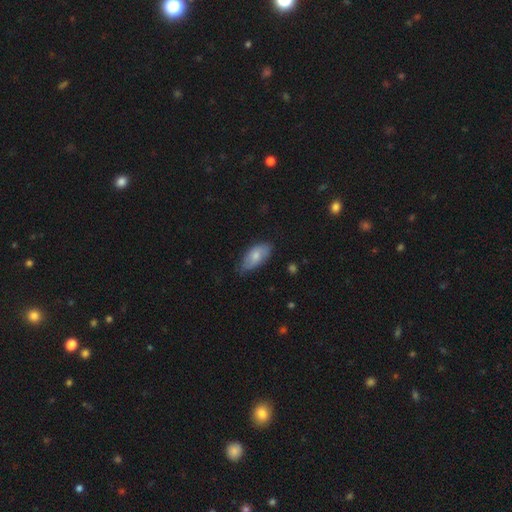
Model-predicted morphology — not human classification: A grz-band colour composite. It shows a smooth galaxy with no disk features (75%) that is in between round and cigar-shaped (91%). Merging: none (67%).